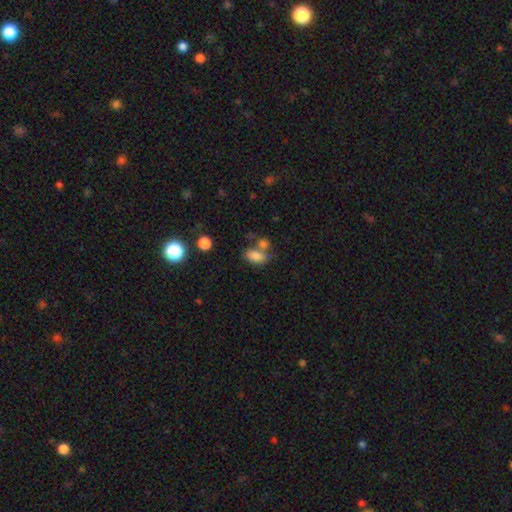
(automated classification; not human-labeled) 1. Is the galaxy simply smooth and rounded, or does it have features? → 81% smooth, 10% star or artifact, 8% featured or disk.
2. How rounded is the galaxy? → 88% in between, 9% round, 2% cigar-shaped.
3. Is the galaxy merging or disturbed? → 47% none, 33% merger, 14% minor disturbance, 6% major disturbance.